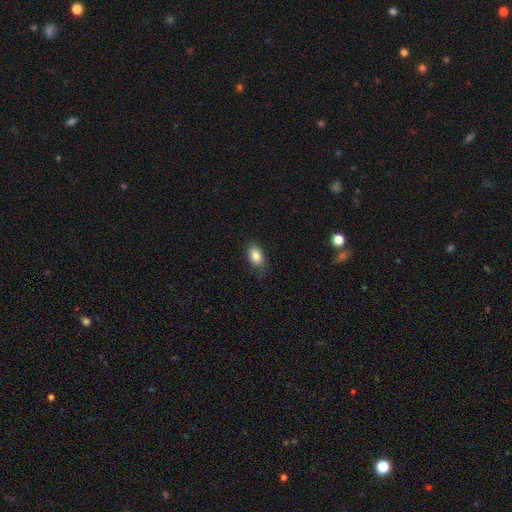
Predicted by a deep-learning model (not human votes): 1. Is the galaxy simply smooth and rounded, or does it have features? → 85% smooth, 8% star or artifact, 6% featured or disk.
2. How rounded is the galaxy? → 86% in between, 13% round, 2% cigar-shaped.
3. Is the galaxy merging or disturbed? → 76% none, 19% minor disturbance, 4% major disturbance, 1% merger.